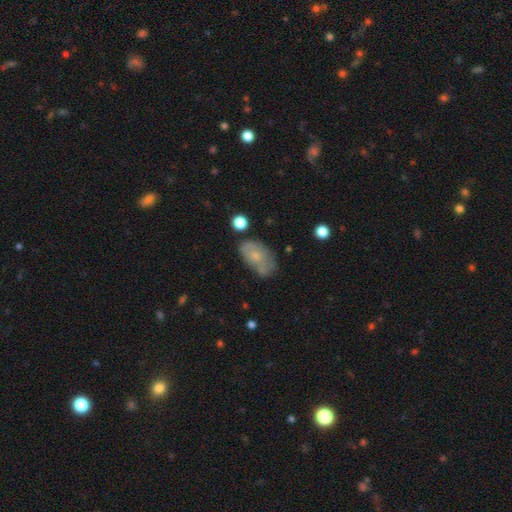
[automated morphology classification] smooth-or-featured: smooth: 60% | featured or disk: 30% | star or artifact: 10%
  how-rounded: in between: 90% | round: 8% | cigar-shaped: 2%
  merging: none: 50% | minor disturbance: 30% | major disturbance: 12% | merger: 8%